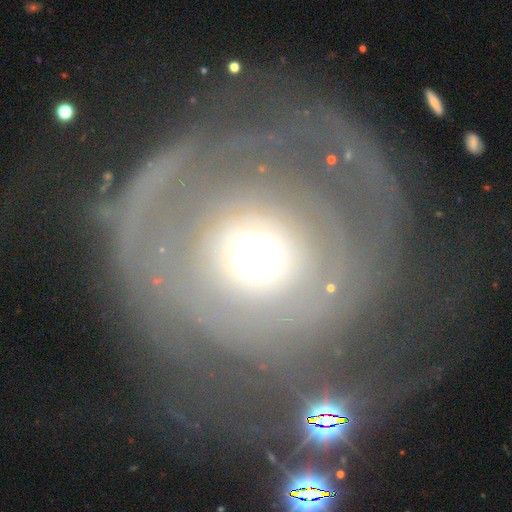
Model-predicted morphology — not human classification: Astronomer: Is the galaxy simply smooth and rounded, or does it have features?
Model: featured or disk — 68%.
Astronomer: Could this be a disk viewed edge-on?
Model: no — 95%.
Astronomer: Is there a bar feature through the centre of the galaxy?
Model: no — 86%.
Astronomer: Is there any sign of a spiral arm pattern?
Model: yes — 52% (runner-up: no, 48%).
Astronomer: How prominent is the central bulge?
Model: moderate — 57%.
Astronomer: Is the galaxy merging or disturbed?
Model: none — 54%.